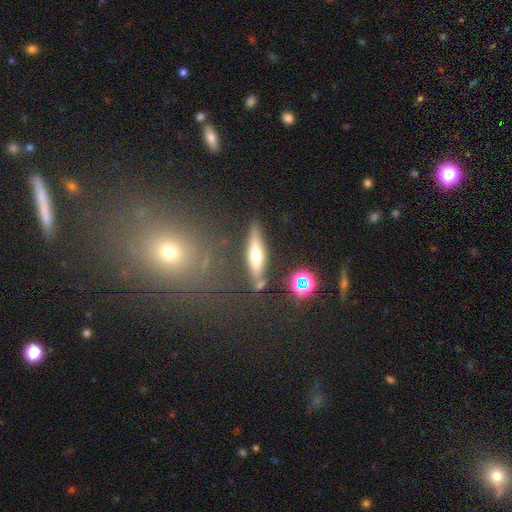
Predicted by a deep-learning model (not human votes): Smooth or featured? smooth (49%)
Merging? none (75%)